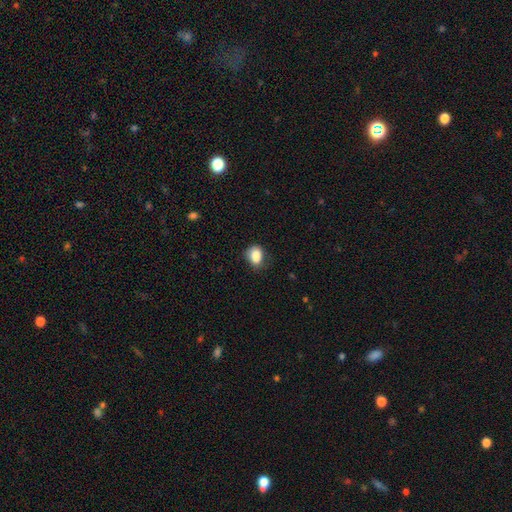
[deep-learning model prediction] Q: Smooth or featured?
A: smooth (87%); runner-up: star or artifact (9%)
Q: How rounded?
A: in between (64%); runner-up: round (34%)
Q: Merging?
A: none (67%); runner-up: minor disturbance (25%)